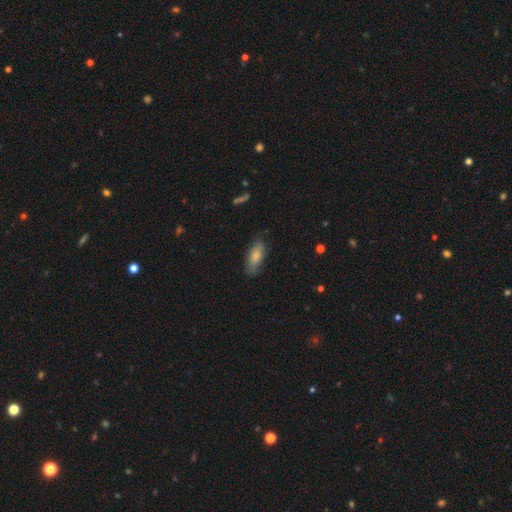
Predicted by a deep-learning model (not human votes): Morphology: type=smooth (74%); roundness=in between (80%); merging=none (72%).